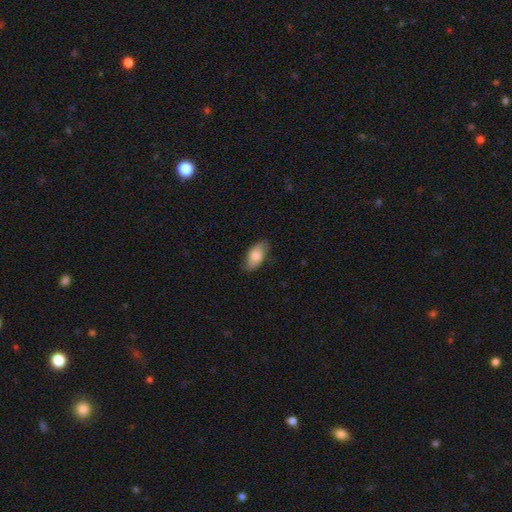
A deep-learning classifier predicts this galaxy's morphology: The model was most divided on "smooth or featured": smooth: 76%, featured or disk: 17%, star or artifact: 7%. More confident: how rounded — in between (91%); merging — none (79%).